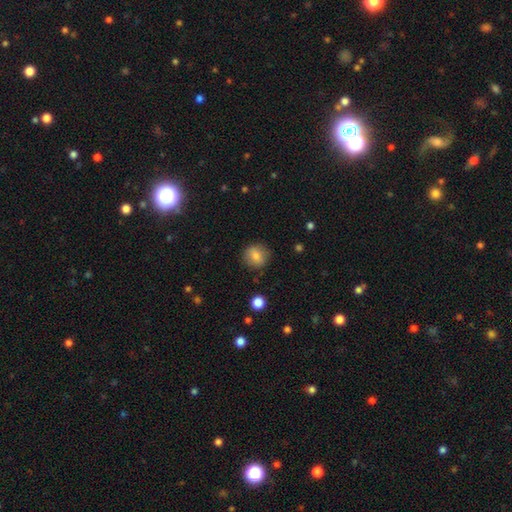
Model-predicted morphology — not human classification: Smooth or featured?
  - smooth: 80% *
  - featured or disk: 11%
  - star or artifact: 9%
How rounded?
  - round: 85% *
  - in between: 13%
  - cigar-shaped: 1%
Merging?
  - none: 85% *
  - minor disturbance: 10%
  - major disturbance: 3%
  - merger: 1%